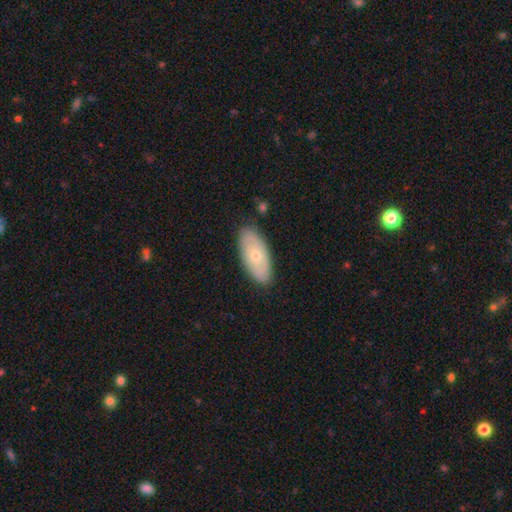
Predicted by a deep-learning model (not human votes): smooth-or-featured: smooth: 54% | featured or disk: 40% | star or artifact: 6%
  how-rounded: in between: 90% | cigar-shaped: 7% | round: 3%
  merging: none: 84% | minor disturbance: 12% | major disturbance: 2% | merger: 1%